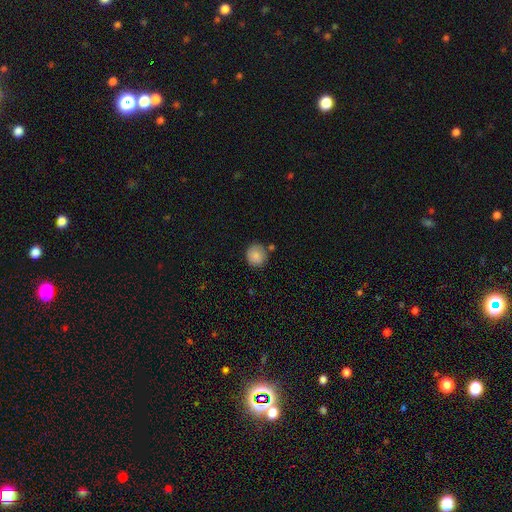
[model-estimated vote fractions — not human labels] Q: Smooth or featured?
A: smooth (87%); runner-up: star or artifact (8%)
Q: How rounded?
A: round (87%); runner-up: in between (12%)
Q: Merging?
A: none (77%); runner-up: minor disturbance (13%)